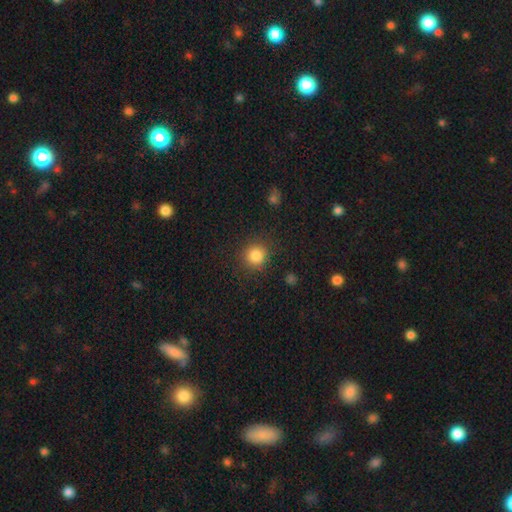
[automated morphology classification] Smooth or featured? Predicted: smooth (p=0.84). How rounded? Predicted: round (p=0.91). Merging? Predicted: none (p=0.87).